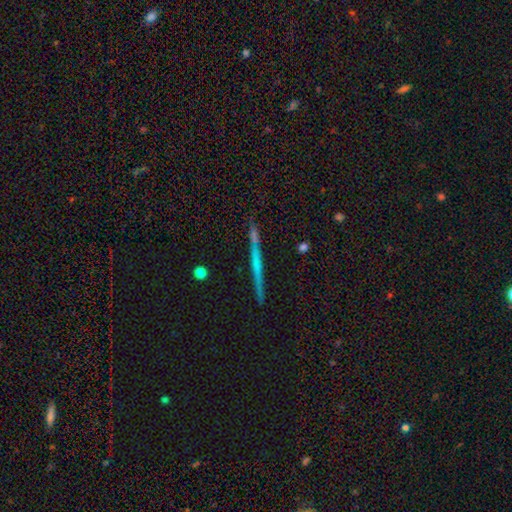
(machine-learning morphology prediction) Q: Smooth or featured?
A: featured or disk (54%); runner-up: smooth (37%)
Q: Edge-on disk?
A: yes (97%); runner-up: no (3%)
Q: Edge-on bulge?
A: none (85%); runner-up: rounded (10%)
Q: Merging?
A: none (88%); runner-up: minor disturbance (7%)